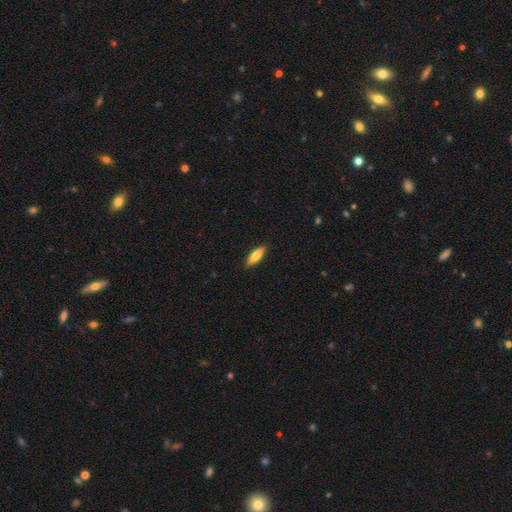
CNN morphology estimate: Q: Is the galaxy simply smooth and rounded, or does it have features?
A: smooth — 70%.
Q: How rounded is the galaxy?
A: in between — 52%.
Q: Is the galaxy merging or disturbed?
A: none — 88%.